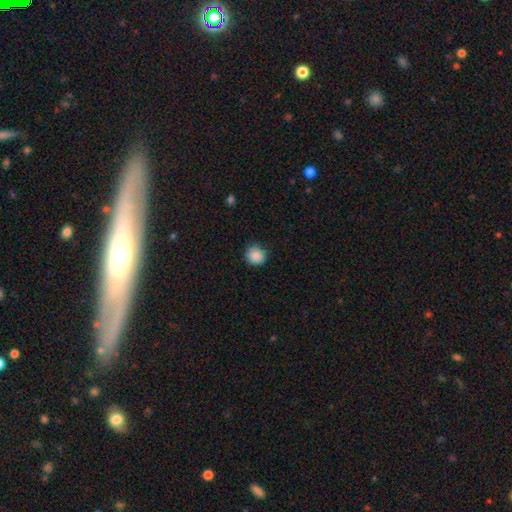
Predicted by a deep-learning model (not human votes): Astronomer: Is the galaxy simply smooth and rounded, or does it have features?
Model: smooth — 88%.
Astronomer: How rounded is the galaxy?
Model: round — 87%.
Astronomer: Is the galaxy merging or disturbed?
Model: none — 85%.